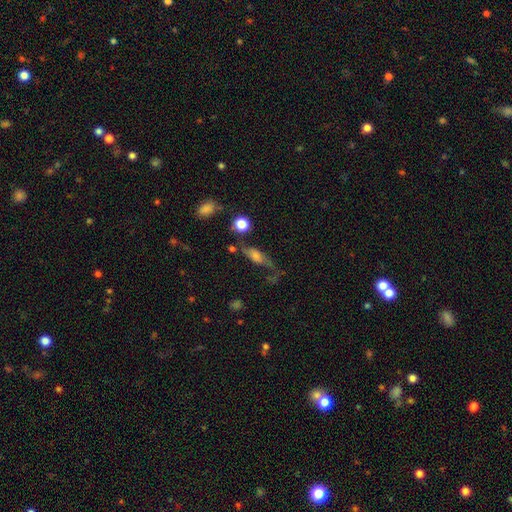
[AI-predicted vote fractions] Smooth or featured?
  - smooth: 47% *
  - featured or disk: 41%
  - star or artifact: 12%
Merging?
  - none: 46% *
  - minor disturbance: 24%
  - major disturbance: 22%
  - merger: 9%